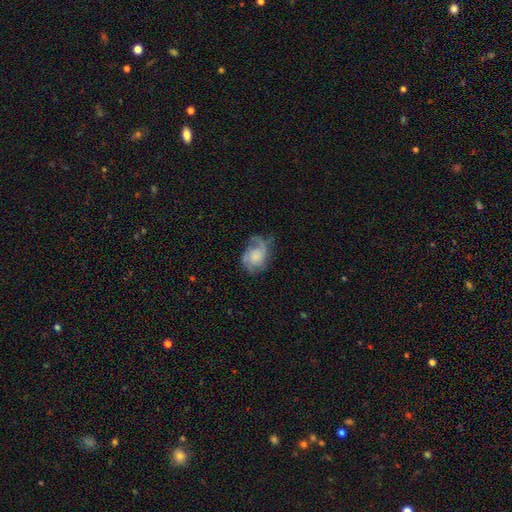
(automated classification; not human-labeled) Overall: featured or disk (63%; smooth 30%). Edge-on disk: no (97%). Bar: no (74%). Spiral arms: yes (90%). Spiral arm count: 2 (57%; 1 19%). Spiral winding: medium (43%; tight 29%). Bulge size: small (31%; moderate 26%). Merging: none (48%; minor disturbance 28%).